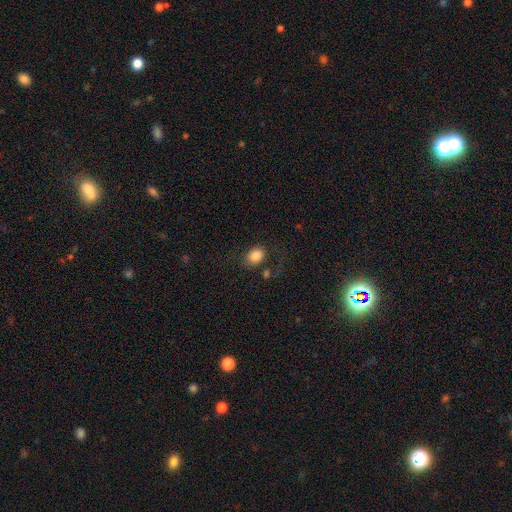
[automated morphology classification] smooth_or_featured: smooth (p=0.84) [alt: star or artifact p=0.09]
how_rounded: in between (p=0.56) [alt: round p=0.43]
merging: none (p=0.71) [alt: minor disturbance p=0.15]